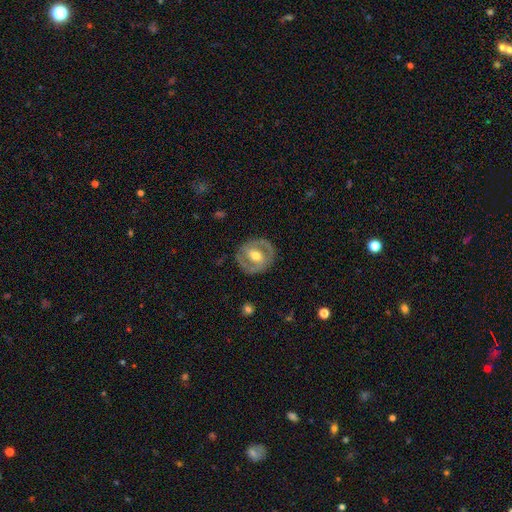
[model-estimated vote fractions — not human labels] Smooth or featured? Predicted: featured or disk (p=0.71). Edge-on disk? Predicted: no (p=0.96). Bar? Predicted: weak (p=0.41). Spiral arms? Predicted: yes (p=0.59). Bulge size? Predicted: moderate (p=0.75). Merging? Predicted: none (p=0.84).